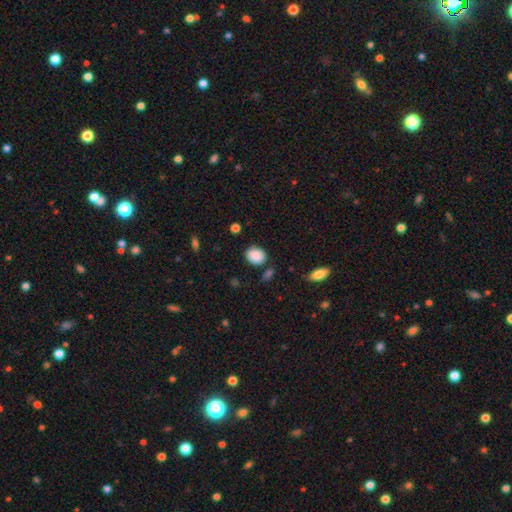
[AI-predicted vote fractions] Smooth or featured? smooth (88%)
How rounded? round (51%)
Merging? none (79%)